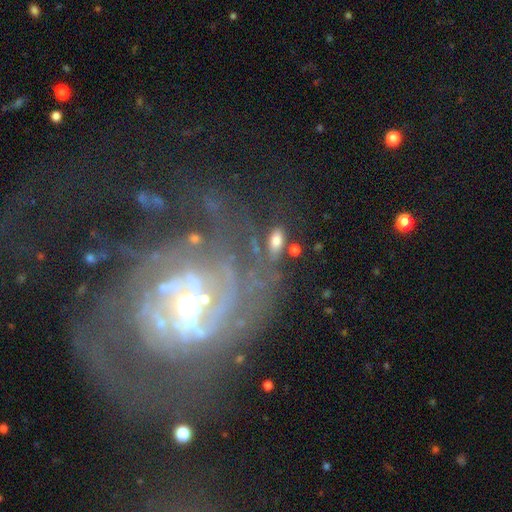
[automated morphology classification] smooth-or-featured: featured or disk: 83% | star or artifact: 10% | smooth: 7%
  disk-edge-on: no: 97% | yes: 3%
    bar: no: 58% | weak: 30% | strong: 12%
    has-spiral-arms: yes: 90% | no: 10%
      spiral-winding: tight: 47% | medium: 36% | loose: 17%
      spiral-arm-count: 2: 33% | can't tell: 31% | 3: 13% | 1: 8% | 4: 8% | more than 4: 7%
    bulge-size: small: 61% | moderate: 28% | none: 5% | large: 4% | dominant: 2%
  merging: major disturbance: 37% | none: 35% | minor disturbance: 14% | merger: 14%